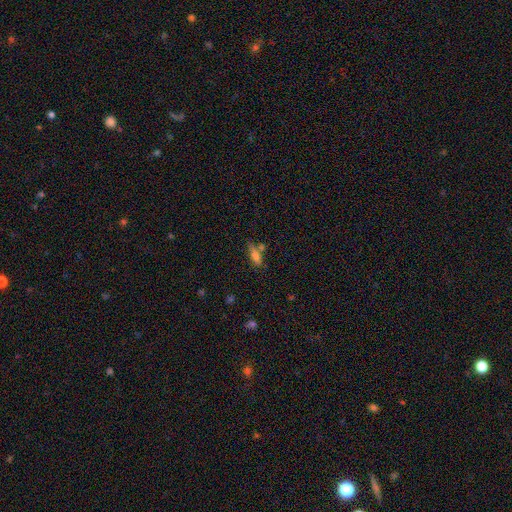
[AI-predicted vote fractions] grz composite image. It shows a smooth galaxy with no disk features (69%) that is in between round and cigar-shaped (56%). Merging: none (52%).